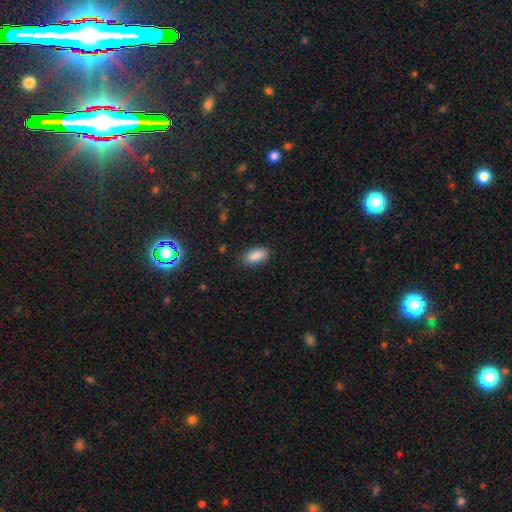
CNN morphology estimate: A smooth galaxy with no disk features (89%) that is in between round and cigar-shaped (91%). Merging: none (84%).